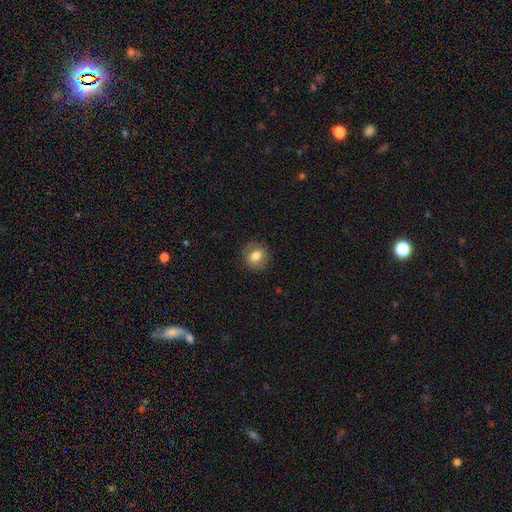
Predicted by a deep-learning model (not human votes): The model was most divided on "how rounded": round: 70%, in between: 29%, cigar-shaped: 1%. More confident: merging — none (83%); smooth or featured — smooth (74%).